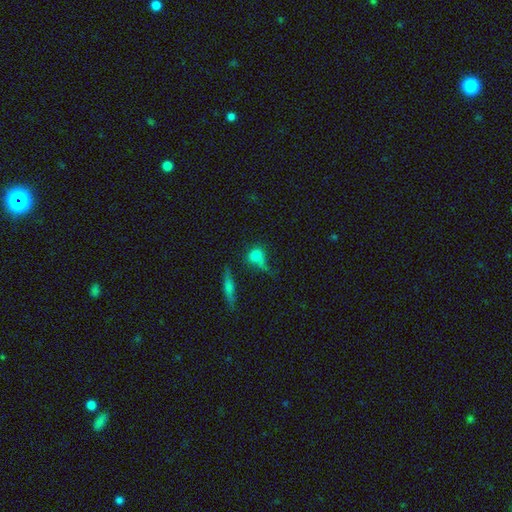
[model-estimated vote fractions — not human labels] Smooth or featured?
  - smooth: 74% *
  - featured or disk: 13%
  - star or artifact: 13%
How rounded?
  - round: 69% *
  - in between: 25%
  - cigar-shaped: 6%
Merging?
  - none: 48% *
  - minor disturbance: 21%
  - merger: 16%
  - major disturbance: 15%